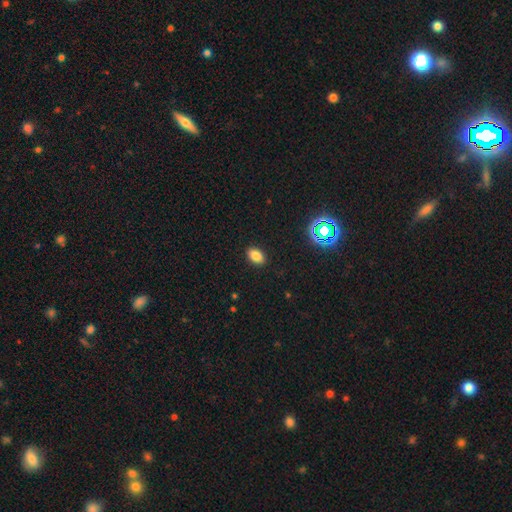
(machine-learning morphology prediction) smooth-or-featured: smooth: 81% | star or artifact: 14% | featured or disk: 6%
  how-rounded: in between: 88% | round: 11% | cigar-shaped: 2%
  merging: none: 89% | minor disturbance: 7% | major disturbance: 2% | merger: 1%